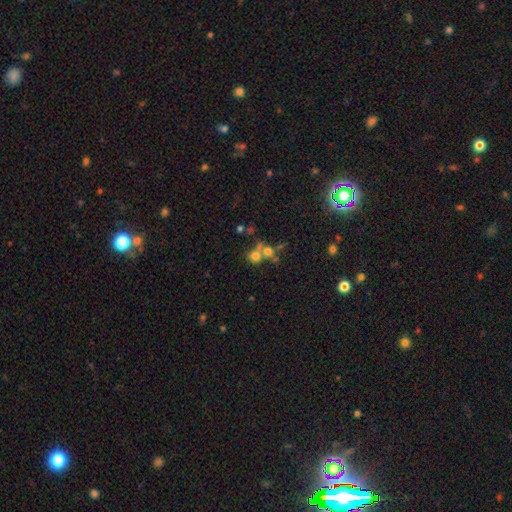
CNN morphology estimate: Smooth or featured? smooth (63%)
How rounded? round (86%)
Merging? merger (46%)